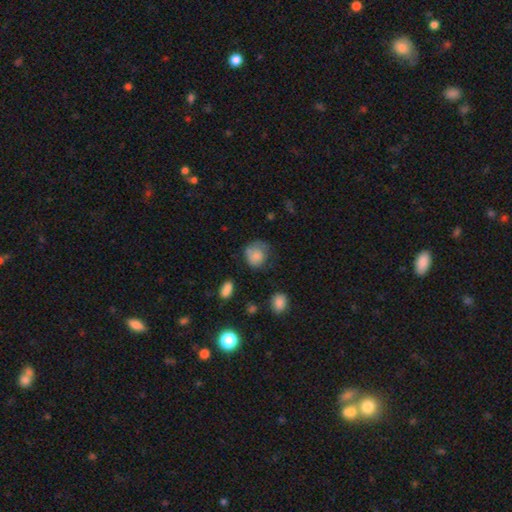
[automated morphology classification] Smooth or featured? Predicted: smooth (p=0.75). How rounded? Predicted: round (p=0.74). Merging? Predicted: none (p=0.47).